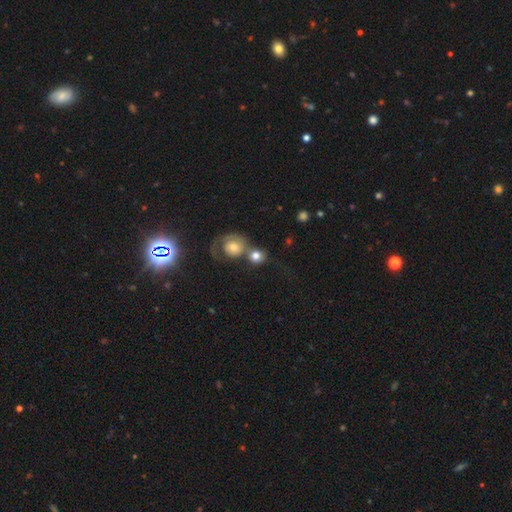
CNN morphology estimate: A smooth galaxy with no disk features (71%) that is round (82%).

Vote fractions:
- Smooth or featured? smooth: 71% / featured or disk: 20% / star or artifact: 9%
- How rounded? round: 82% / in between: 17% / cigar-shaped: 1%
- Merging? merger: 54% / none: 29% / major disturbance: 8% / minor disturbance: 8%